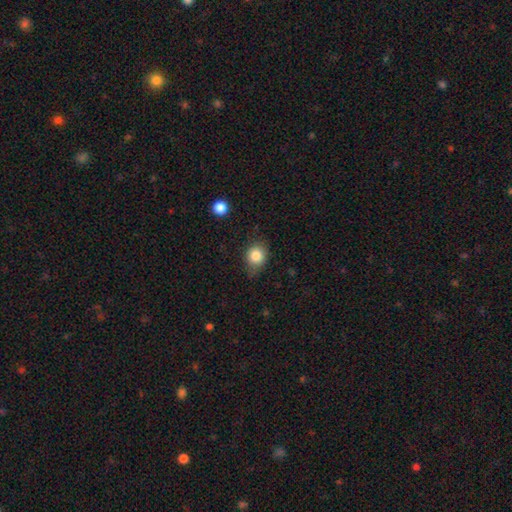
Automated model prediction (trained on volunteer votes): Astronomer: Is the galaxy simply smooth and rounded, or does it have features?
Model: smooth — 83%.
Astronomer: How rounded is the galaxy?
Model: round — 70%.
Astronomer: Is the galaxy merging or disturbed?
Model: none — 71%.